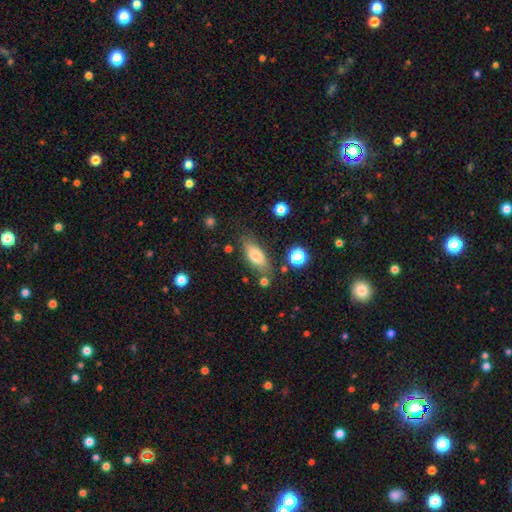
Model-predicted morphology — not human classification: Smooth or featured: smooth — 74% (featured or disk — 18%)
How rounded: in between — 75% (cigar-shaped — 21%)
Merging: none — 74% (minor disturbance — 16%)